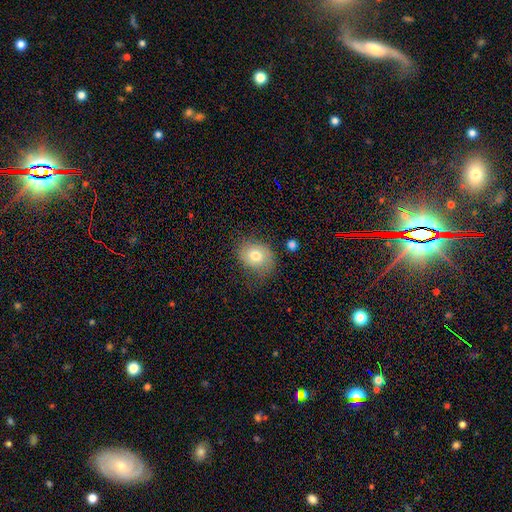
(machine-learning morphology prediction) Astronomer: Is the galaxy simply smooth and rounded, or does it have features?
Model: smooth — 70%.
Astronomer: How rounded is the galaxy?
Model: in between — 55% (runner-up: round, 44%).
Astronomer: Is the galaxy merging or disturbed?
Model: none — 63%.